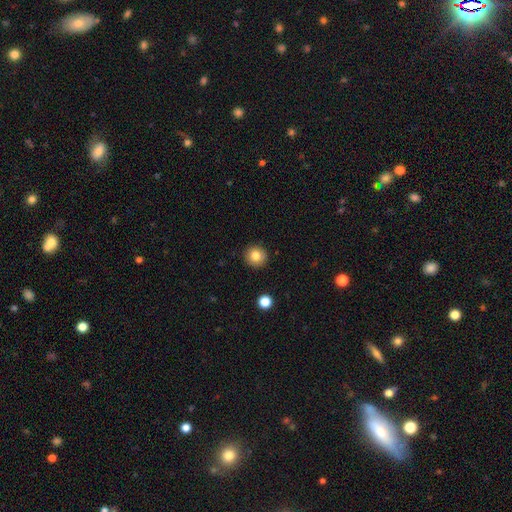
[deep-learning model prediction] smooth_or_featured: smooth (p=0.82) [alt: star or artifact p=0.10]
how_rounded: round (p=0.93) [alt: in between p=0.06]
merging: none (p=0.92) [alt: minor disturbance p=0.06]